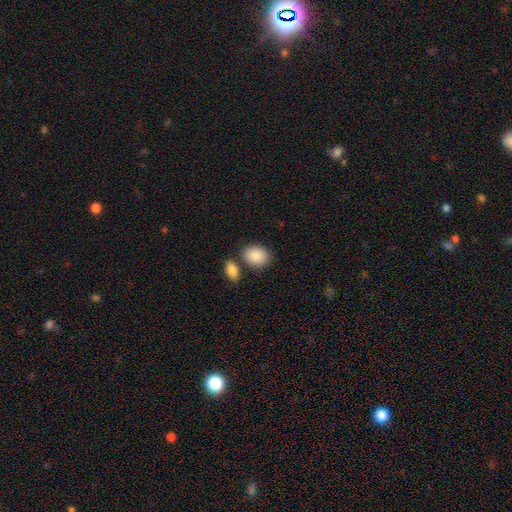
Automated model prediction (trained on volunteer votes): smooth_or_featured: smooth (p=0.89) [alt: star or artifact p=0.06]
how_rounded: in between (p=0.71) [alt: round p=0.28]
merging: none (p=0.71) [alt: merger p=0.14]